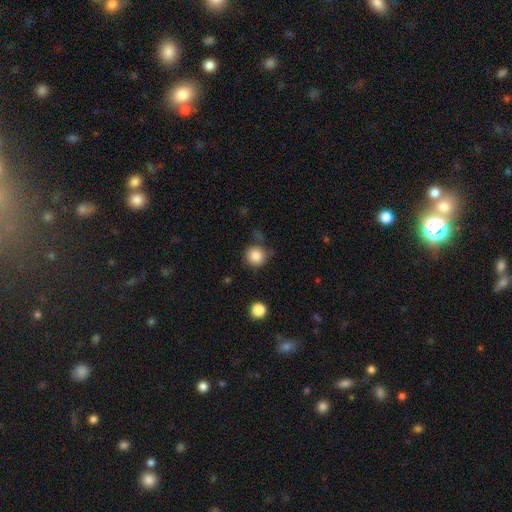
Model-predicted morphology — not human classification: Smooth or featured: smooth — 85% (star or artifact — 10%)
How rounded: round — 93% (in between — 6%)
Merging: none — 76% (minor disturbance — 15%)